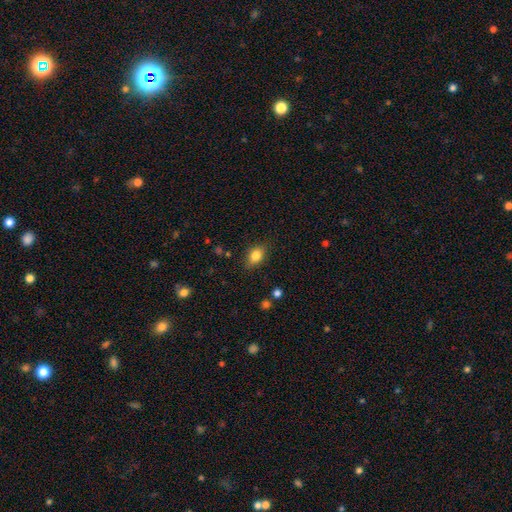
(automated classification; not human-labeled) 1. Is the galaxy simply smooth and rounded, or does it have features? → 82% smooth, 9% star or artifact, 9% featured or disk.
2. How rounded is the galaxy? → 76% in between, 22% round, 2% cigar-shaped.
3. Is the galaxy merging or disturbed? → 82% none, 13% minor disturbance, 3% major disturbance, 1% merger.